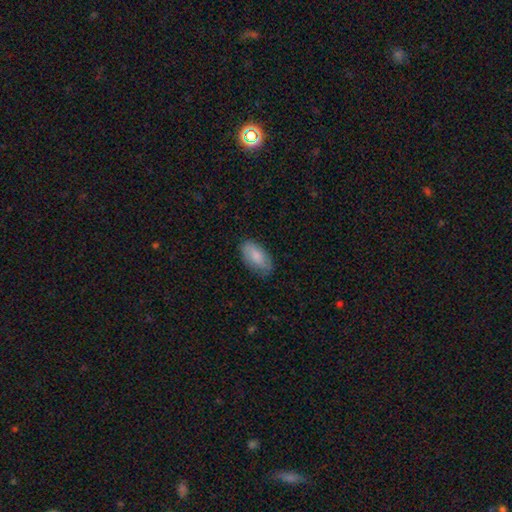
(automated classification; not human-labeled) Morphology: type=smooth (78%); roundness=in between (93%); merging=none (75%).